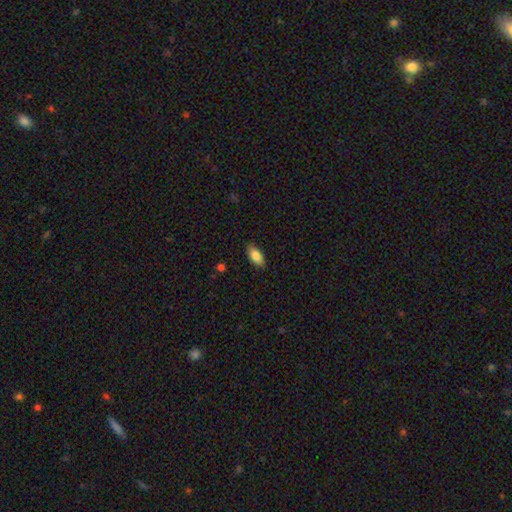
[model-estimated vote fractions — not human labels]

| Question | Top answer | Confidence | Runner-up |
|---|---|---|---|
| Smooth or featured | smooth | 86% | star or artifact (7%) |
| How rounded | in between | 90% | cigar-shaped (7%) |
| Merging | none | 87% | minor disturbance (10%) |